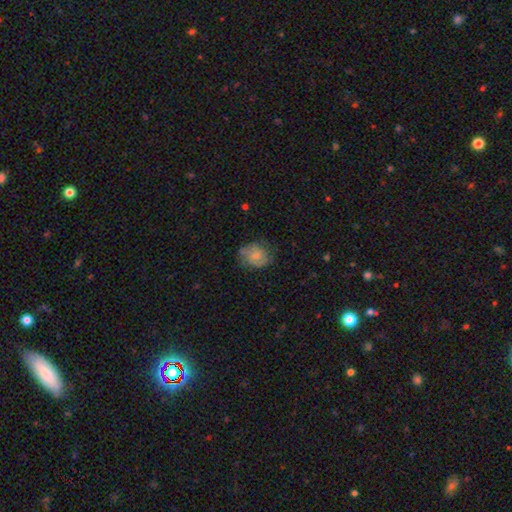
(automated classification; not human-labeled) A smooth galaxy with no disk features (56%) that is round (53%).

Vote fractions:
- Smooth or featured? smooth: 56% / featured or disk: 37% / star or artifact: 7%
- How rounded? round: 53% / in between: 46% / cigar-shaped: 1%
- Merging? none: 62% / minor disturbance: 26% / major disturbance: 10% / merger: 2%